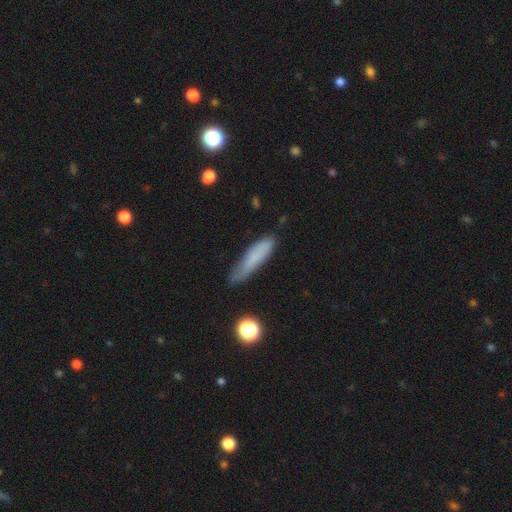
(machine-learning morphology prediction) This appears to be a smooth galaxy with no disk features (74%) that is cigar-shaped (76%). Merging: none (66%).